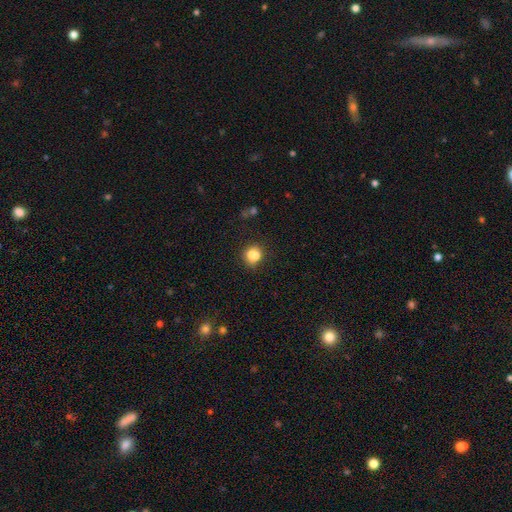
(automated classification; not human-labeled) smooth_or_featured: smooth (p=0.79) [alt: star or artifact p=0.12]
how_rounded: round (p=0.72) [alt: in between p=0.27]
merging: none (p=0.55) [alt: merger p=0.22]